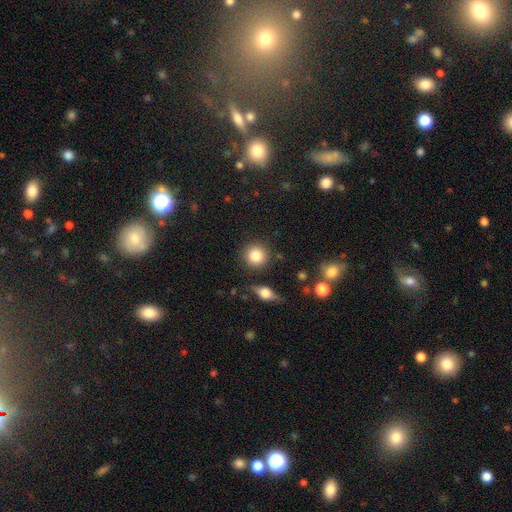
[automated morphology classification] Smooth or featured? Predicted: smooth (p=0.84). How rounded? Predicted: round (p=0.90). Merging? Predicted: none (p=0.85).